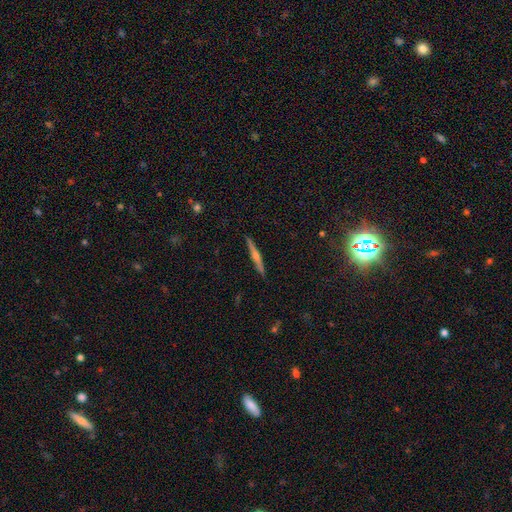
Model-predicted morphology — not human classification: Smooth or featured? Predicted: featured or disk (p=0.63). Edge-on disk? Predicted: yes (p=0.96). Edge-on bulge? Predicted: rounded (p=0.83). Merging? Predicted: none (p=0.90).